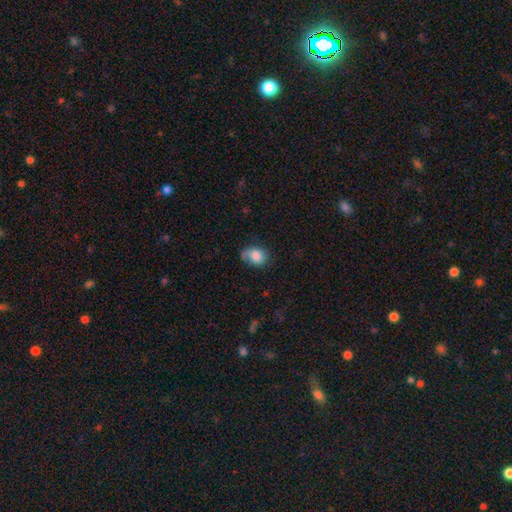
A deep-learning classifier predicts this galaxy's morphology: type=smooth (80%); roundness=in between (70%); merging=none (53%).